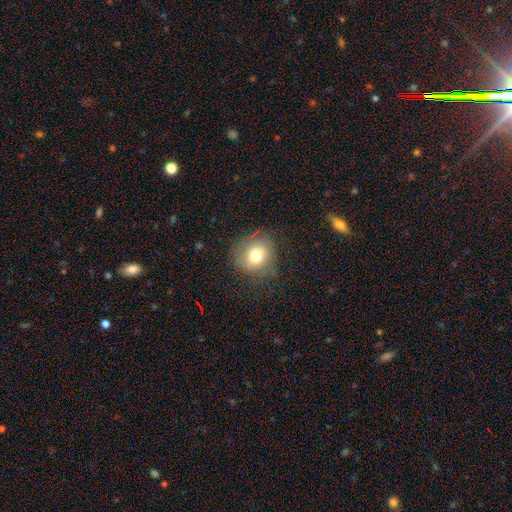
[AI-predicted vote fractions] The model was most divided on "merging": none: 75%, minor disturbance: 17%, major disturbance: 7%, merger: 1%. More confident: how rounded — round (80%); smooth or featured — smooth (73%).